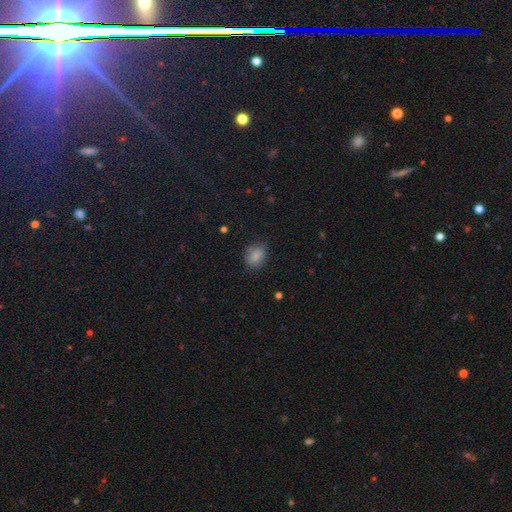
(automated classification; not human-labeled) A smooth galaxy with no disk features (83%) that is in between round and cigar-shaped (56%). Merging: none (77%).